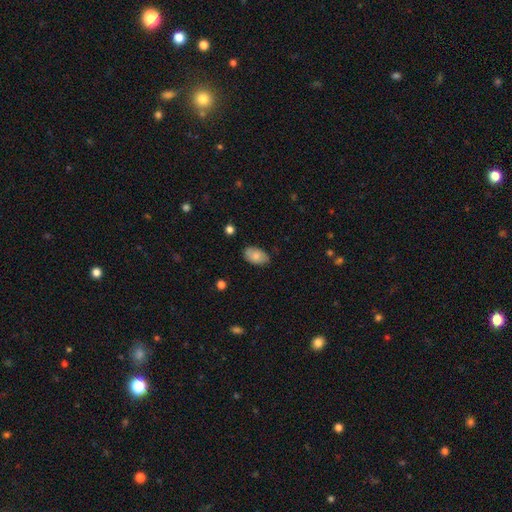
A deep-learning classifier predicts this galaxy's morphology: The model was most divided on "smooth or featured": smooth: 74%, featured or disk: 19%, star or artifact: 7%. More confident: how rounded — in between (92%); merging — none (76%).